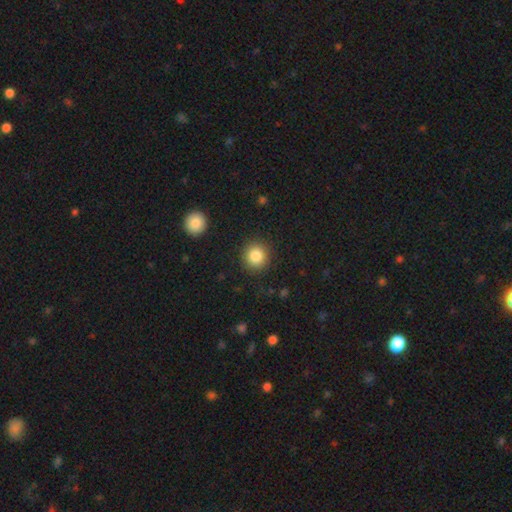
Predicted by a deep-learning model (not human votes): The model was most divided on "smooth or featured": smooth: 86%, star or artifact: 9%, featured or disk: 5%. More confident: how rounded — round (90%); merging — none (89%).